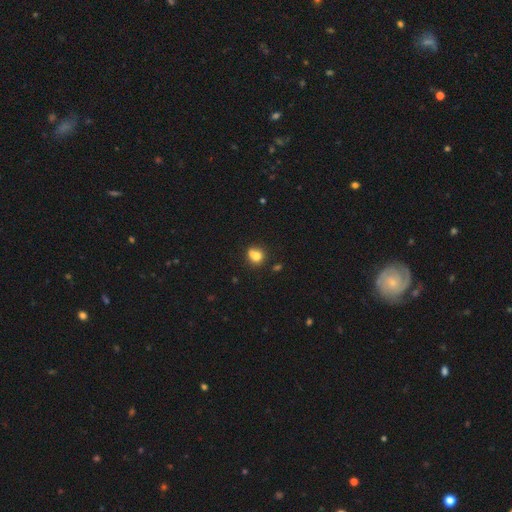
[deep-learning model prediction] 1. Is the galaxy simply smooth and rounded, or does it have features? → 76% smooth, 13% featured or disk, 11% star or artifact.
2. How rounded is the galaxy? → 70% round, 29% in between, 1% cigar-shaped.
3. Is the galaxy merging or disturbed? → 47% none, 29% merger, 18% minor disturbance, 7% major disturbance.